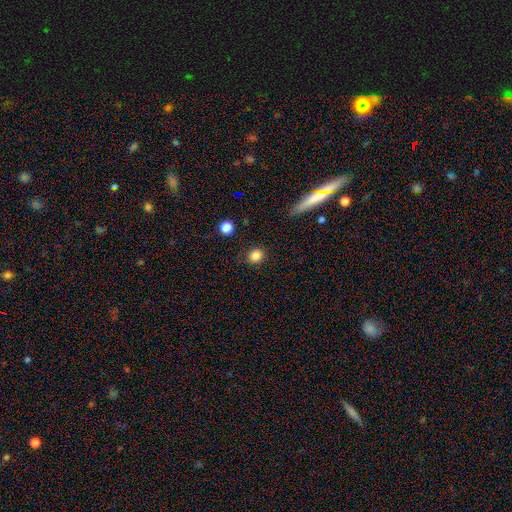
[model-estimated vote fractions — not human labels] smooth_or_featured: smooth (p=0.84) [alt: star or artifact p=0.11]
how_rounded: round (p=0.80) [alt: in between p=0.19]
merging: none (p=0.87) [alt: minor disturbance p=0.09]